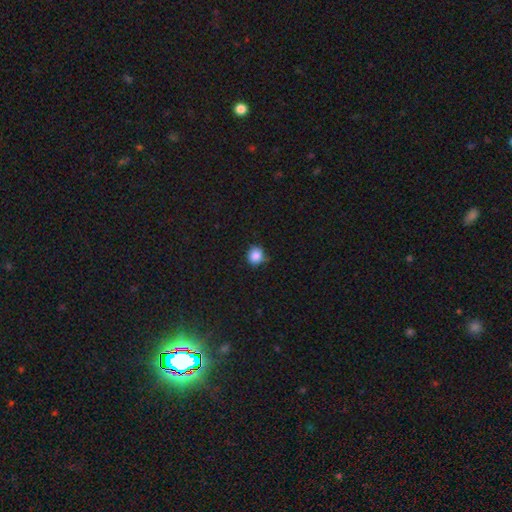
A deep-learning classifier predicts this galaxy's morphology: smooth 86%, star or artifact 10%, featured or disk 4%. Down the decision tree: how rounded — round (88%); merging — none (74%).